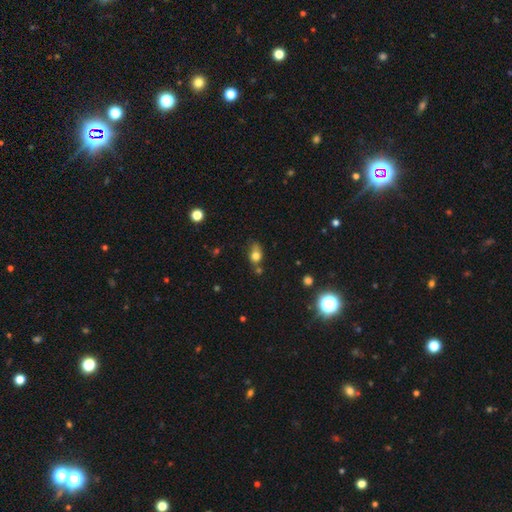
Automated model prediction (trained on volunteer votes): Q: Smooth or featured?
A: smooth (76%); runner-up: featured or disk (12%)
Q: How rounded?
A: in between (68%); runner-up: round (29%)
Q: Merging?
A: none (47%); runner-up: minor disturbance (30%)